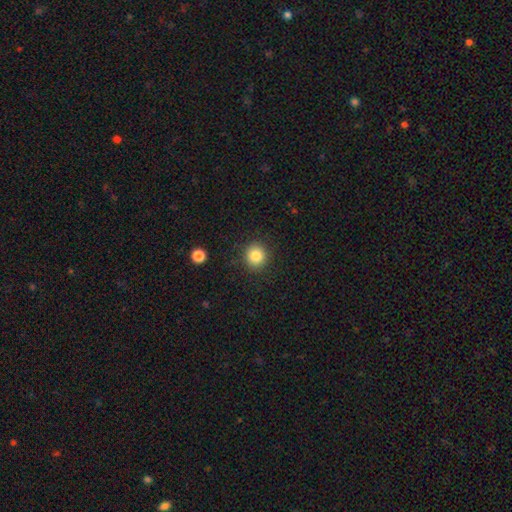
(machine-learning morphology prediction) smooth 84%, star or artifact 10%, featured or disk 5%. Down the decision tree: how rounded — round (88%); merging — none (89%).